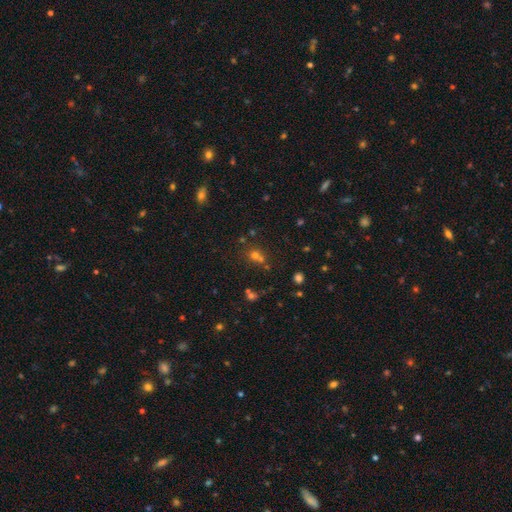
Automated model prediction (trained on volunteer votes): This is possibly a smooth galaxy (54%). How rounded: clearly round (81%). Merging: possibly none (55%).